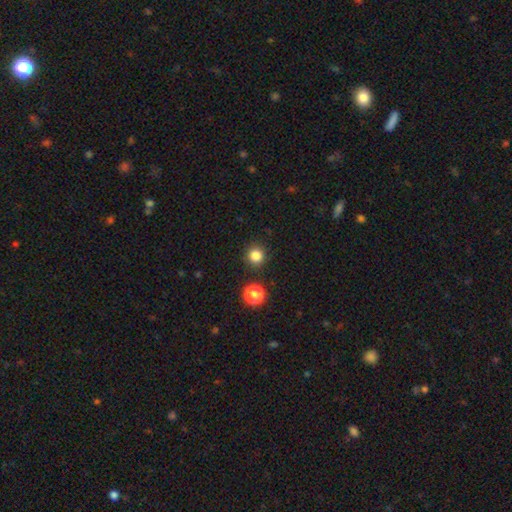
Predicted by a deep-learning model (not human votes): Smooth or featured: smooth — 84% (star or artifact — 13%)
How rounded: round — 94% (in between — 5%)
Merging: none — 90% (minor disturbance — 6%)